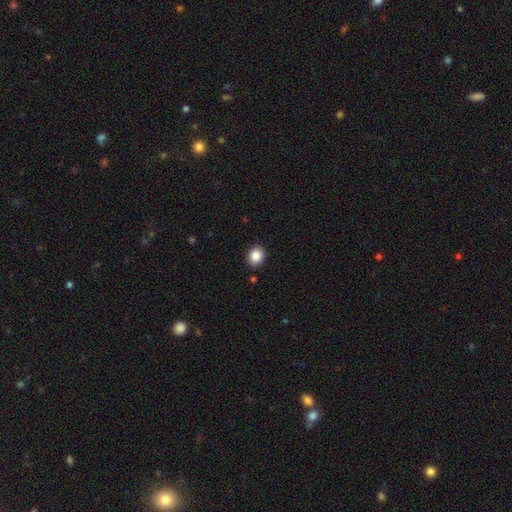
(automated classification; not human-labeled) Overall: smooth (87%). How rounded: round (68%; in between 32%). Merging: none (90%).